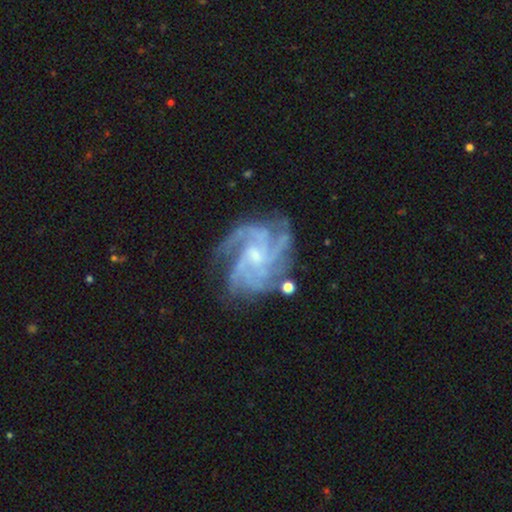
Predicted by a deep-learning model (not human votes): Smooth or featured: featured or disk — 90% (star or artifact — 6%)
Edge-on disk: no — 98% (yes — 2%)
Bar: no — 55% (weak — 38%)
Spiral arms: yes — 98% (no — 2%)
Spiral winding: tight — 49% (medium — 42%)
Spiral arm count: 4 — 44% (3 — 19%)
Bulge size: small — 61% (moderate — 28%)
Merging: none — 71% (minor disturbance — 18%)